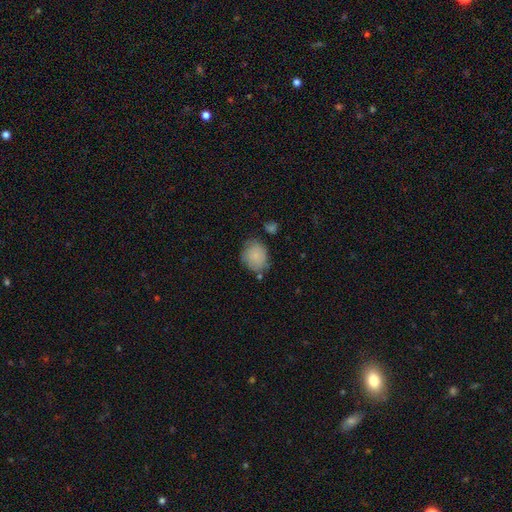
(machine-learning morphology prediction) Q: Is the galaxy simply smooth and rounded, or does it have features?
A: smooth — 80%.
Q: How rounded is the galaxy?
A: round — 63%.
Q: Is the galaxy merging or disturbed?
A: none — 65%.